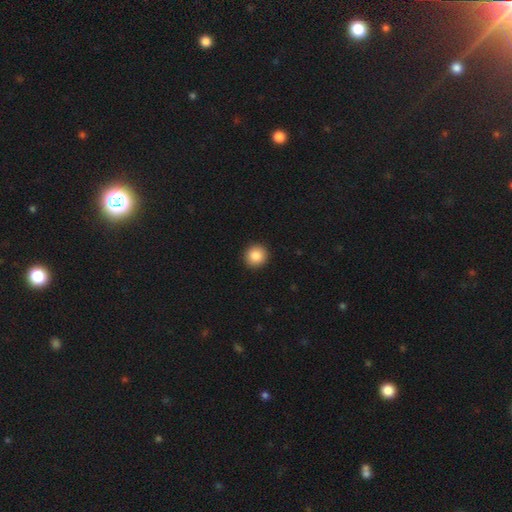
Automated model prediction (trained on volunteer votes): The model was most divided on "smooth or featured": smooth: 87%, star or artifact: 9%, featured or disk: 5%. More confident: merging — none (93%); how rounded — round (93%).